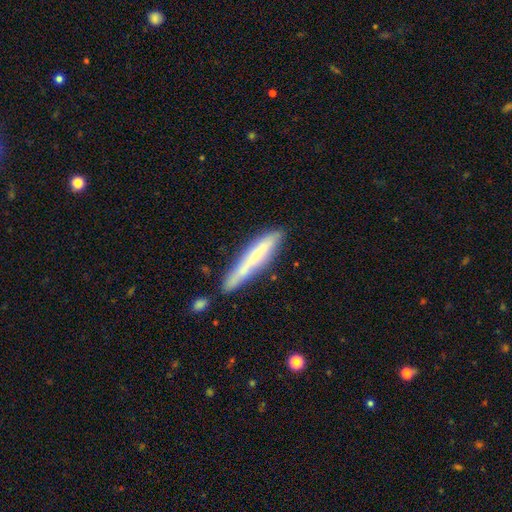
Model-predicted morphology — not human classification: Smooth or featured? Predicted: smooth (p=0.52). How rounded? Predicted: cigar-shaped (p=0.91). Merging? Predicted: none (p=0.72).